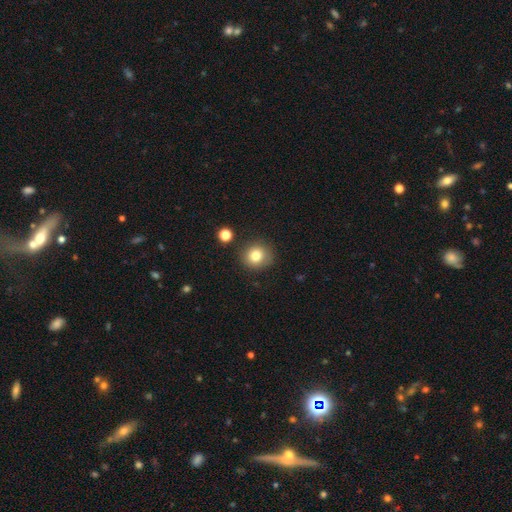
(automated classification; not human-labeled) smooth_or_featured: smooth (p=0.80) [alt: star or artifact p=0.12]
how_rounded: round (p=0.86) [alt: in between p=0.13]
merging: none (p=0.85) [alt: minor disturbance p=0.09]